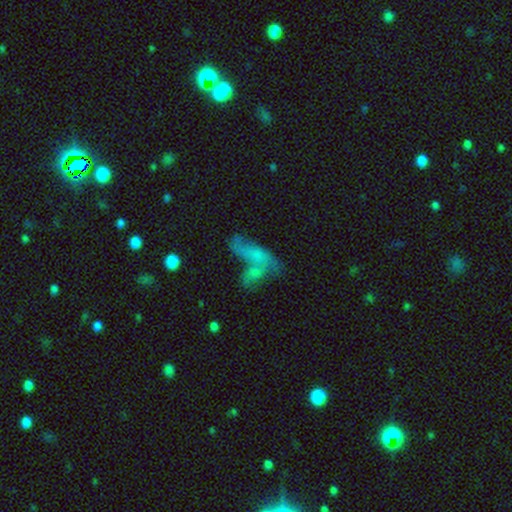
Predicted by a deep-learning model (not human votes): A smooth galaxy with no disk features (53%) that is in between round and cigar-shaped (64%).

Vote fractions:
- Smooth or featured? smooth: 53% / featured or disk: 35% / star or artifact: 13%
- How rounded? in between: 64% / cigar-shaped: 29% / round: 7%
- Merging? merger: 50% / none: 27% / minor disturbance: 12% / major disturbance: 11%